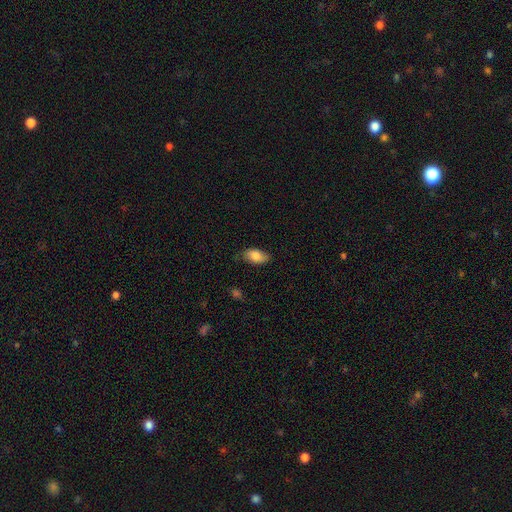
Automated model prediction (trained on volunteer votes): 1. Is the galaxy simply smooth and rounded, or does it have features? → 83% smooth, 10% featured or disk, 7% star or artifact.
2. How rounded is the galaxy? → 92% in between, 5% cigar-shaped, 3% round.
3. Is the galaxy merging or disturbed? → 77% none, 19% minor disturbance, 4% major disturbance, 1% merger.